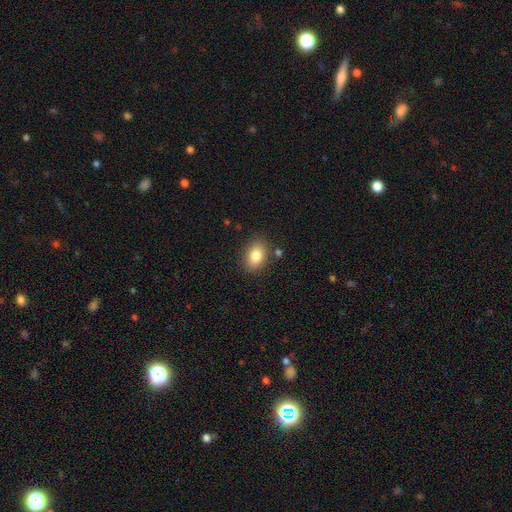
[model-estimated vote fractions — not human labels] smooth_or_featured: smooth (p=0.84) [alt: star or artifact p=0.08]
how_rounded: in between (p=0.80) [alt: round p=0.18]
merging: none (p=0.82) [alt: minor disturbance p=0.12]